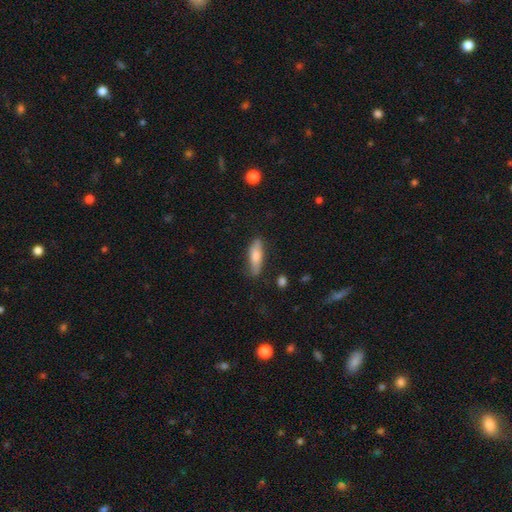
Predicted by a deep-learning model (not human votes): Smooth or featured?
  - smooth: 65% *
  - featured or disk: 28%
  - star or artifact: 8%
How rounded?
  - cigar-shaped: 59% *
  - in between: 39%
  - round: 2%
Merging?
  - none: 81% *
  - minor disturbance: 15%
  - major disturbance: 3%
  - merger: 1%